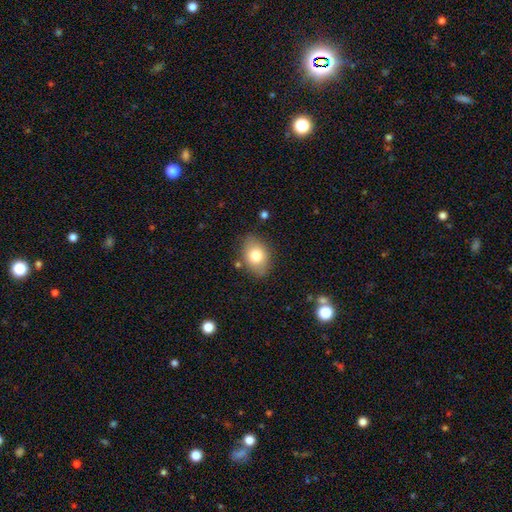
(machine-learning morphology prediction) Smooth or featured?
  - smooth: 78% *
  - featured or disk: 14%
  - star or artifact: 8%
How rounded?
  - in between: 76% *
  - round: 22%
  - cigar-shaped: 1%
Merging?
  - none: 81% *
  - minor disturbance: 13%
  - major disturbance: 3%
  - merger: 2%